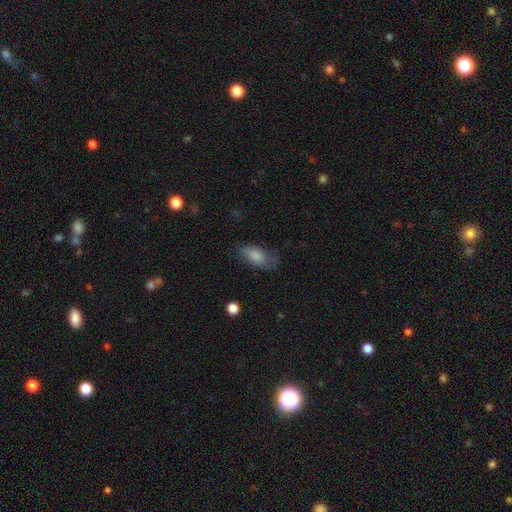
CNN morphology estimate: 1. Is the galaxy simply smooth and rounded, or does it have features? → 79% smooth, 13% featured or disk, 8% star or artifact.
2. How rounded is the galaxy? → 91% in between, 5% round, 5% cigar-shaped.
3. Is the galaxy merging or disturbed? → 54% none, 29% minor disturbance, 16% major disturbance, 2% merger.